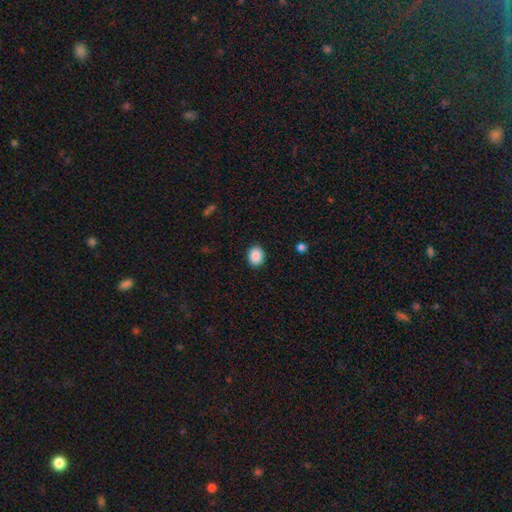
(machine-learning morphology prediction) Smooth or featured: smooth — 88% (star or artifact — 8%)
How rounded: in between — 57% (round — 43%)
Merging: none — 90% (minor disturbance — 7%)